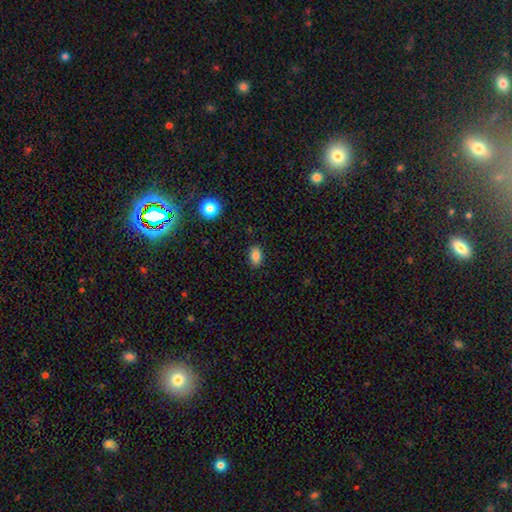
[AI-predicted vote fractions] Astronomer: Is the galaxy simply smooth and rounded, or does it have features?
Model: smooth — 84%.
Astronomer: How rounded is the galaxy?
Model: in between — 86%.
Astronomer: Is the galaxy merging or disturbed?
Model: none — 88%.